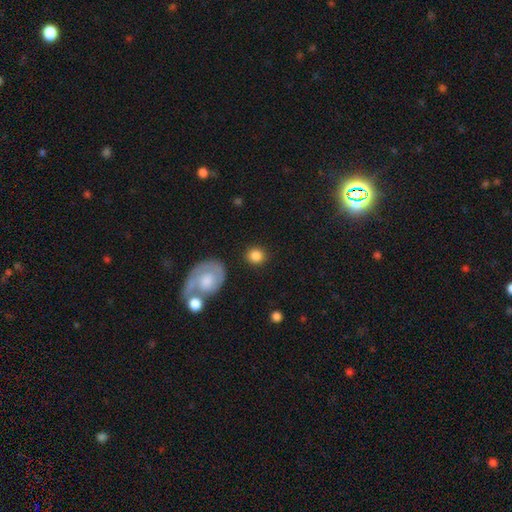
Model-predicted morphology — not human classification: The model was most divided on "how rounded": round: 86%, in between: 13%, cigar-shaped: 1%. More confident: merging — none (84%); smooth or featured — smooth (84%).